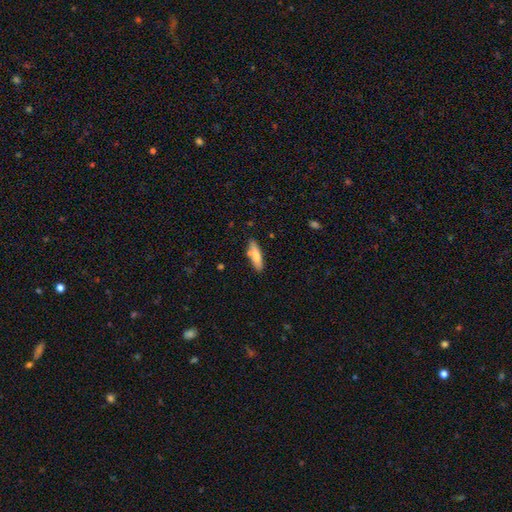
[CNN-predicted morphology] smooth-or-featured: smooth: 74% | featured or disk: 20% | star or artifact: 6%
  how-rounded: cigar-shaped: 60% | in between: 39% | round: 2%
  merging: none: 77% | minor disturbance: 14% | merger: 7% | major disturbance: 3%